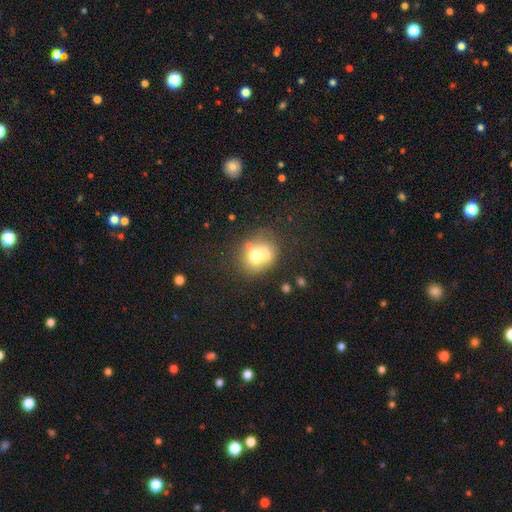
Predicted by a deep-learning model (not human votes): smooth-or-featured: smooth: 63% | featured or disk: 26% | star or artifact: 11%
  how-rounded: round: 67% | in between: 32% | cigar-shaped: 1%
  merging: merger: 51% | none: 34% | minor disturbance: 10% | major disturbance: 5%